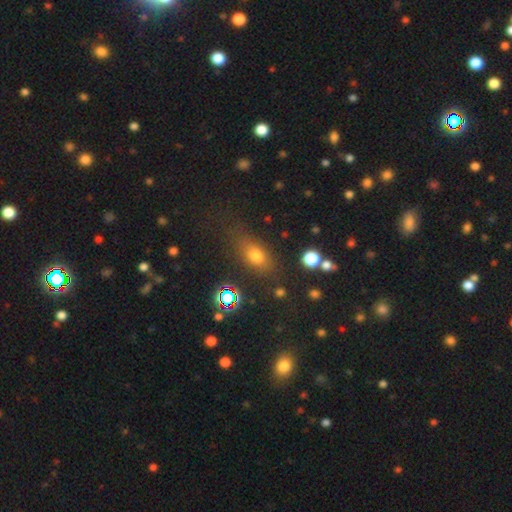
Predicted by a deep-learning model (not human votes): The model was most divided on "how rounded": in between: 66%, round: 22%, cigar-shaped: 13%. More confident: merging — none (74%); smooth or featured — smooth (66%).